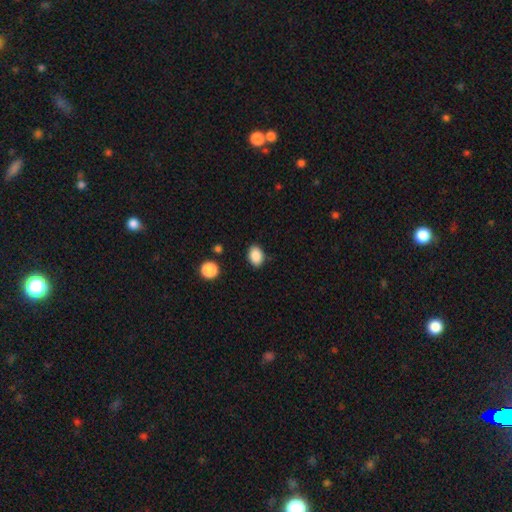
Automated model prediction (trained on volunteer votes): Overall: smooth (88%). How rounded: in between (73%). Merging: none (86%).